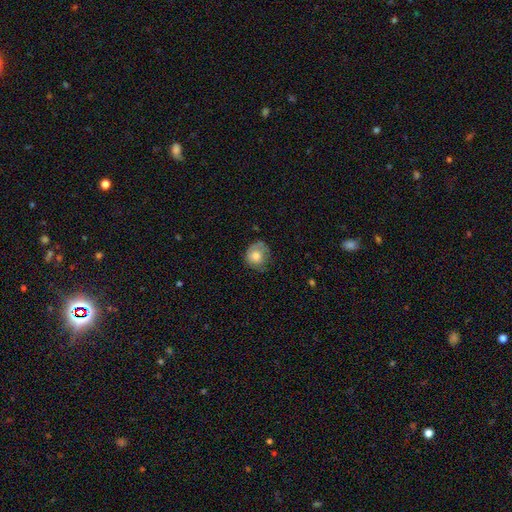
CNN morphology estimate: Smooth or featured? Predicted: smooth (p=0.68). How rounded? Predicted: round (p=0.75). Merging? Predicted: none (p=0.55).